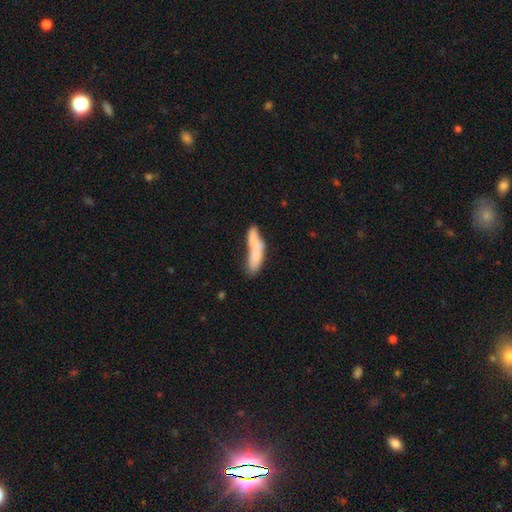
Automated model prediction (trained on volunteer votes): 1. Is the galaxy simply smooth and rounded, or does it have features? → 72% smooth, 21% featured or disk, 7% star or artifact.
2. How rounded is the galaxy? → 58% cigar-shaped, 39% in between, 3% round.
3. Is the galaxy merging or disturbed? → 44% merger, 28% none, 17% minor disturbance, 11% major disturbance.